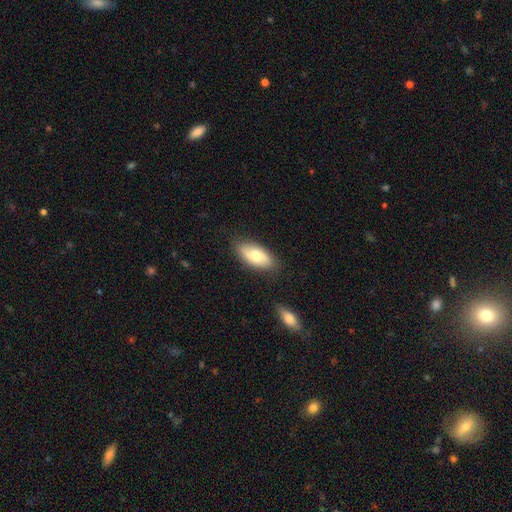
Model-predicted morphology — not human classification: Smooth or featured?
  - smooth: 68% *
  - featured or disk: 26%
  - star or artifact: 6%
How rounded?
  - in between: 90% *
  - cigar-shaped: 7%
  - round: 3%
Merging?
  - none: 82% *
  - minor disturbance: 13%
  - major disturbance: 3%
  - merger: 2%